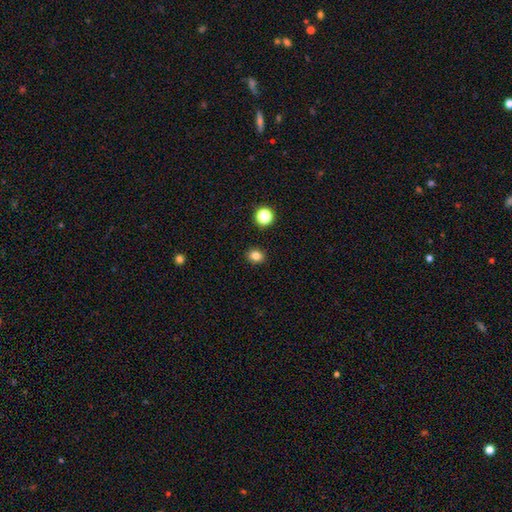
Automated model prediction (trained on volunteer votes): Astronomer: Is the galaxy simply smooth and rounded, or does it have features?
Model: smooth — 83%.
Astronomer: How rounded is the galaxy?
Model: round — 62%.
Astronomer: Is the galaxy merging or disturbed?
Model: none — 90%.